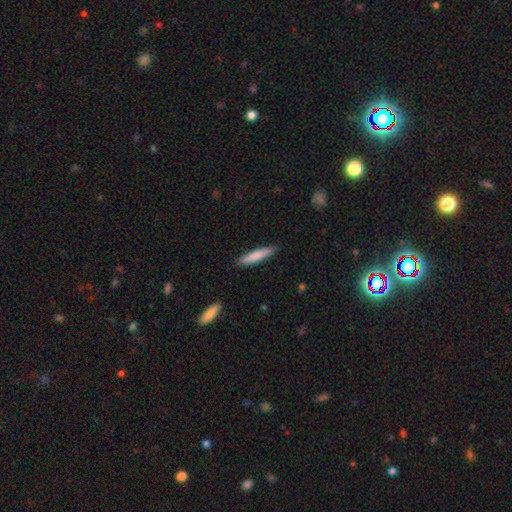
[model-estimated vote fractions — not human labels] Smooth or featured: smooth — 80% (featured or disk — 15%)
How rounded: cigar-shaped — 88% (in between — 11%)
Merging: none — 87% (minor disturbance — 10%)